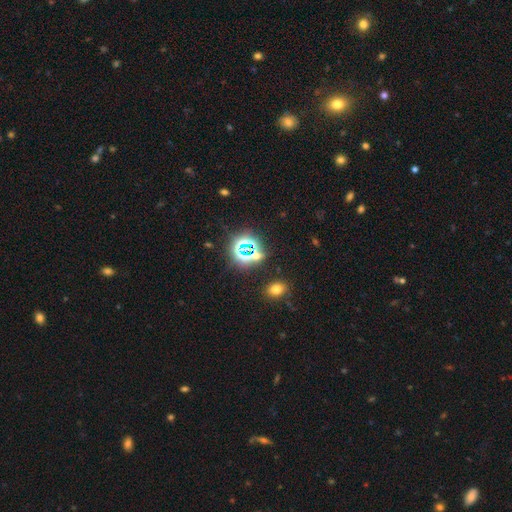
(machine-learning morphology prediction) The model was most divided on "smooth or featured": star or artifact: 68%, smooth: 23%, featured or disk: 8%.